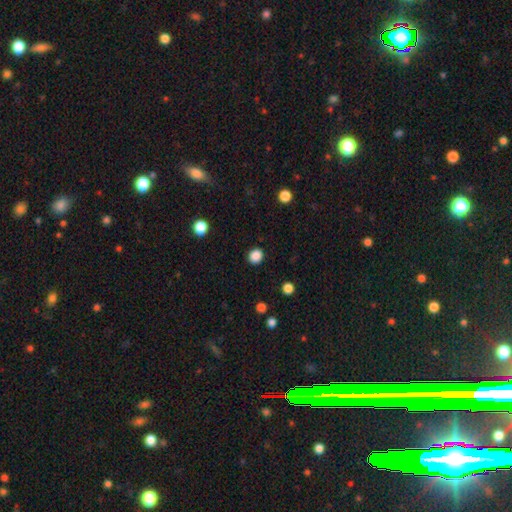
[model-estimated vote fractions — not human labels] smooth-or-featured: smooth: 87% | star or artifact: 11% | featured or disk: 3%
  how-rounded: round: 78% | in between: 21% | cigar-shaped: 1%
  merging: none: 91% | minor disturbance: 6% | major disturbance: 2% | merger: 1%